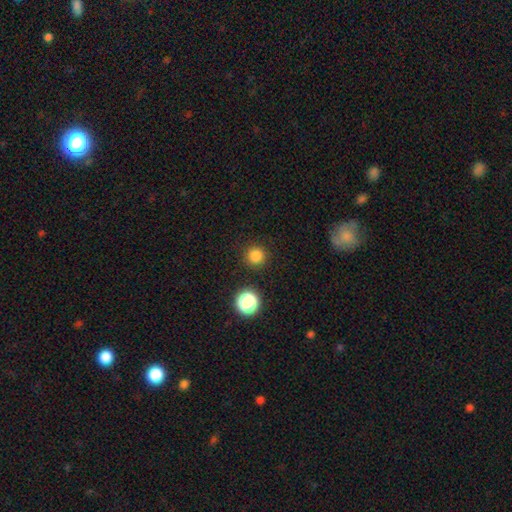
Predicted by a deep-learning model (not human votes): Q: Smooth or featured?
A: smooth (81%); runner-up: star or artifact (15%)
Q: How rounded?
A: round (95%); runner-up: in between (4%)
Q: Merging?
A: none (90%); runner-up: minor disturbance (5%)